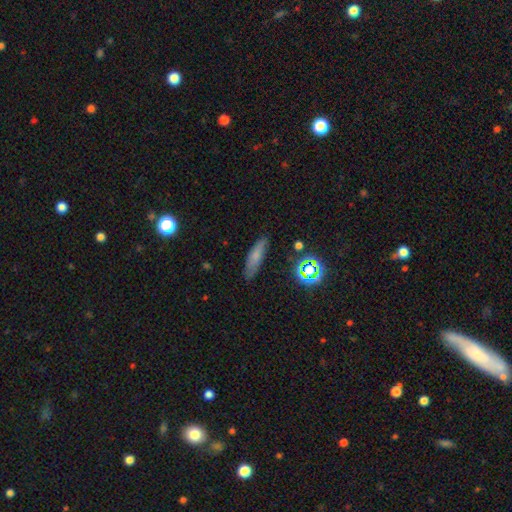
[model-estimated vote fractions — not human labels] Smooth or featured?
  - smooth: 68% *
  - featured or disk: 18%
  - star or artifact: 15%
How rounded?
  - cigar-shaped: 67% *
  - in between: 29%
  - round: 4%
Merging?
  - none: 81% *
  - minor disturbance: 14%
  - major disturbance: 3%
  - merger: 2%